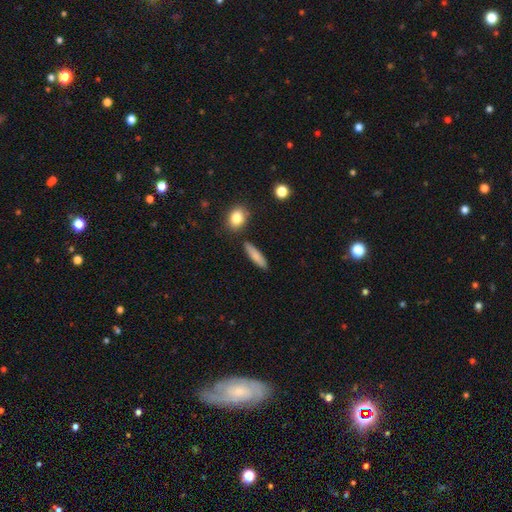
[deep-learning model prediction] A smooth galaxy with no disk features (81%) that is cigar-shaped (72%). Merging: none (85%).